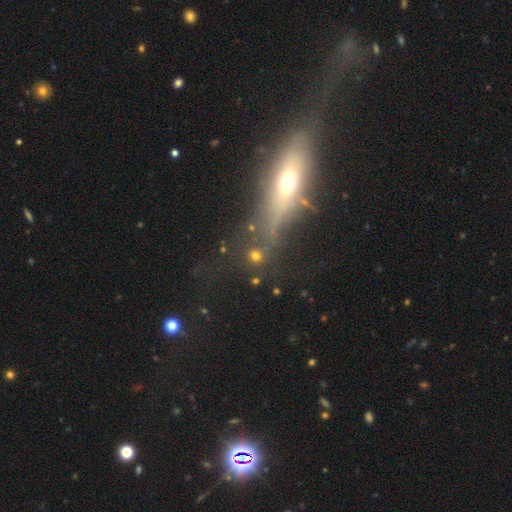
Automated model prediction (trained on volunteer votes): A smooth galaxy with no disk features (66%) that is round (86%). Merging: none (72%).